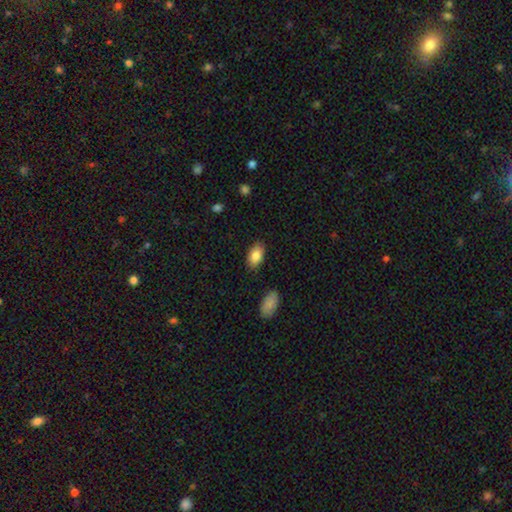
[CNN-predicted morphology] smooth_or_featured: smooth (p=0.85) [alt: featured or disk p=0.08]
how_rounded: in between (p=0.92) [alt: round p=0.07]
merging: none (p=0.84) [alt: minor disturbance p=0.11]